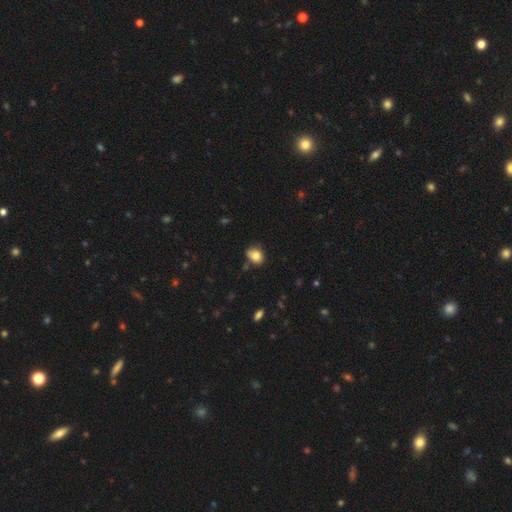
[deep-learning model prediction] smooth_or_featured: smooth (p=0.80) [alt: star or artifact p=0.10]
how_rounded: round (p=0.54) [alt: in between p=0.45]
merging: none (p=0.64) [alt: minor disturbance p=0.24]